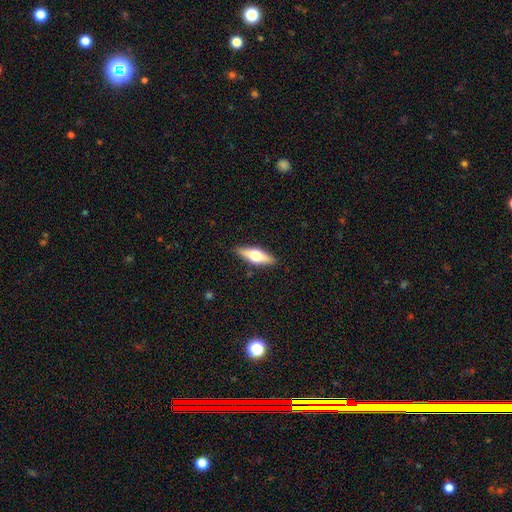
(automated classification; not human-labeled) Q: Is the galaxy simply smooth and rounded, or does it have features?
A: smooth — 50%.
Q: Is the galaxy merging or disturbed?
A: none — 88%.